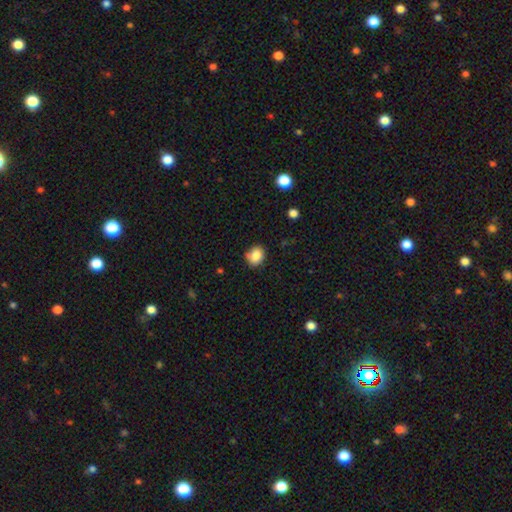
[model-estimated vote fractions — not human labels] Morphology: type=smooth (84%); roundness=round (60%); merging=none (74%).